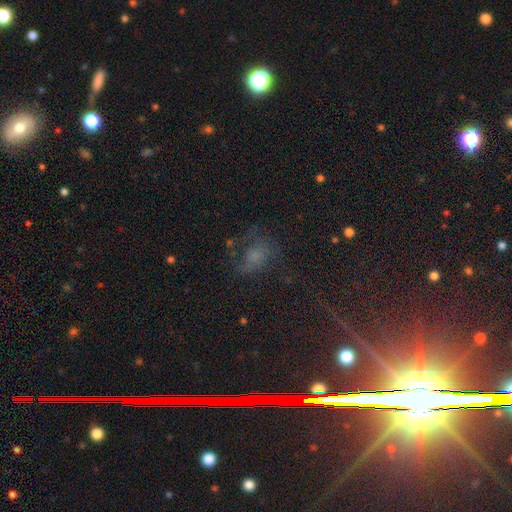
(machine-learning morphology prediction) smooth-or-featured: smooth: 39% | star or artifact: 32% | featured or disk: 29%
  merging: none: 46% | major disturbance: 29% | minor disturbance: 21% | merger: 4%